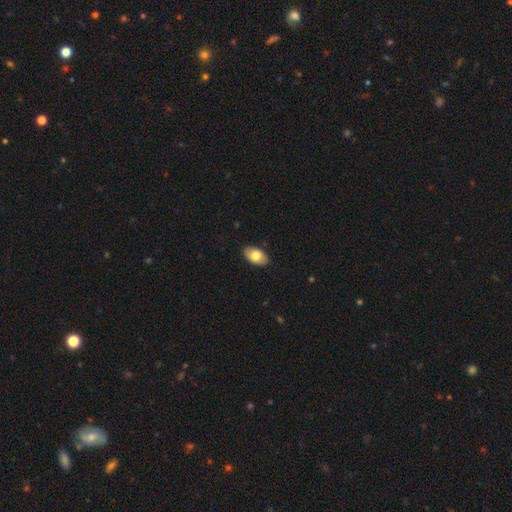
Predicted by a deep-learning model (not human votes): This appears to be a smooth galaxy with no disk features (79%) that is in between round and cigar-shaped (93%). Merging: none (88%).